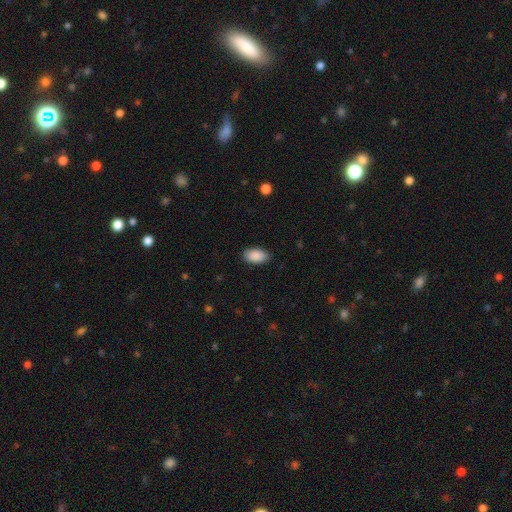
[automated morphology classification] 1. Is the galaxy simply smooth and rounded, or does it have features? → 91% smooth, 6% star or artifact, 3% featured or disk.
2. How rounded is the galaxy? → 95% in between, 4% round, 2% cigar-shaped.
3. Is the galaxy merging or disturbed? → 88% none, 9% minor disturbance, 2% major disturbance, 1% merger.